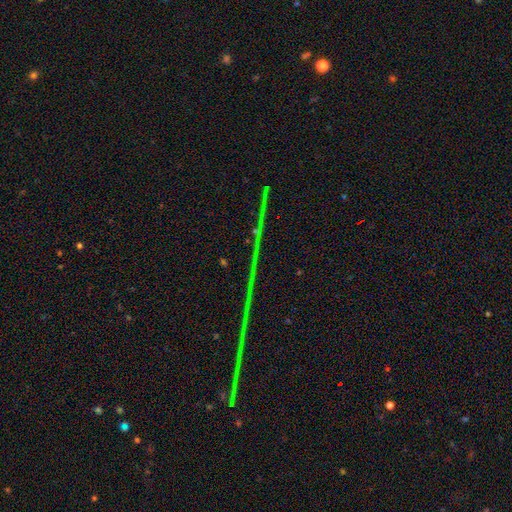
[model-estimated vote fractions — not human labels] Q: Smooth or featured?
A: star or artifact (83%); runner-up: featured or disk (11%)